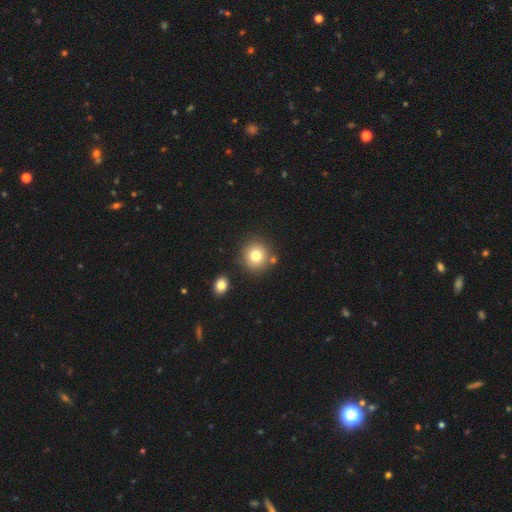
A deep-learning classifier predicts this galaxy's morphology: The model was most divided on "smooth or featured": smooth: 78%, star or artifact: 11%, featured or disk: 10%. More confident: how rounded — round (90%); merging — none (80%).